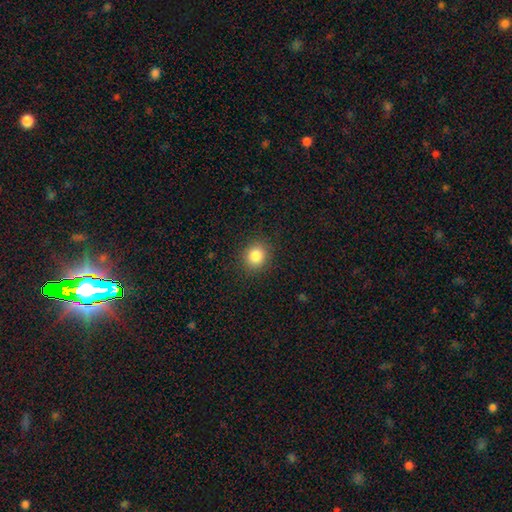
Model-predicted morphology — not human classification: Smooth or featured? smooth (85%)
How rounded? round (80%)
Merging? none (90%)